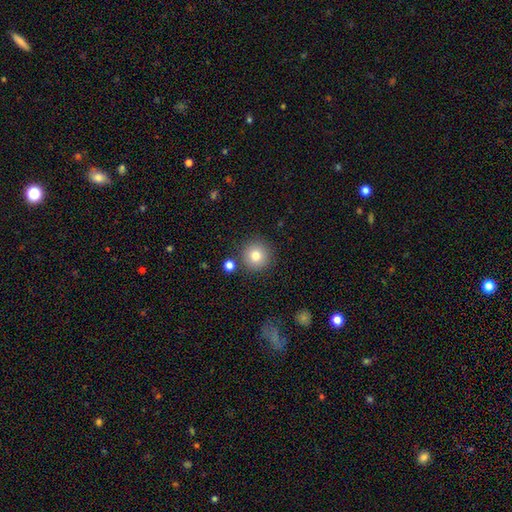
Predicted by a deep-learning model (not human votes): This appears to be a smooth galaxy with no disk features (80%) that is round (95%). Merging: none (86%).